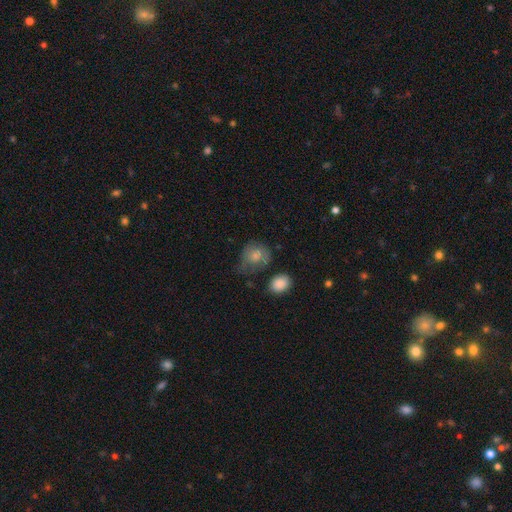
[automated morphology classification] smooth 75%, featured or disk 17%, star or artifact 8%. Down the decision tree: how rounded — round (68%); merging — none (41%).